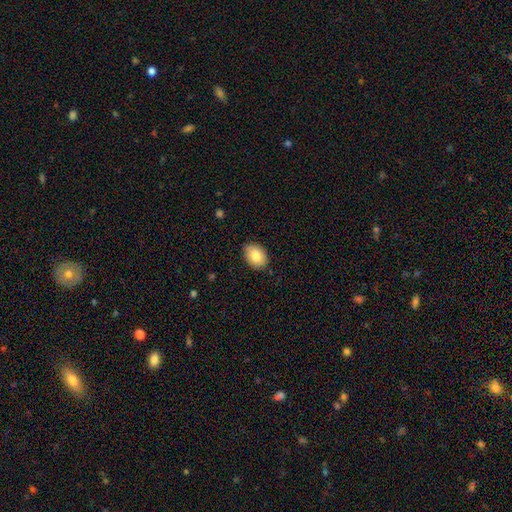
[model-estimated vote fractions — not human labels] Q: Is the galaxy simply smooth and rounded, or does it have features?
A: smooth — 84%.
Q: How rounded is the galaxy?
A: in between — 80%.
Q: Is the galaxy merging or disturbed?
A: none — 83%.